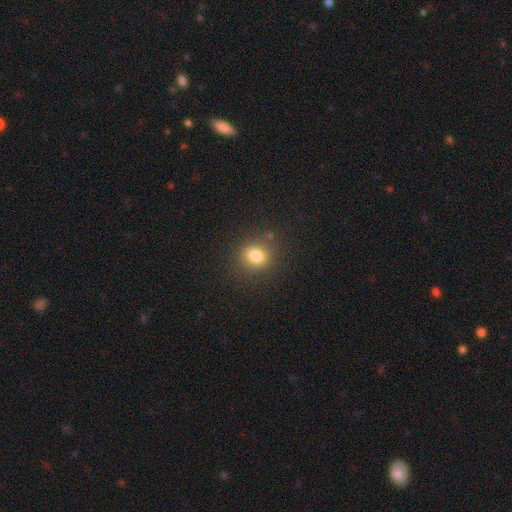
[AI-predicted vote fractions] Overall: smooth (80%). How rounded: round (76%). Merging: none (85%).